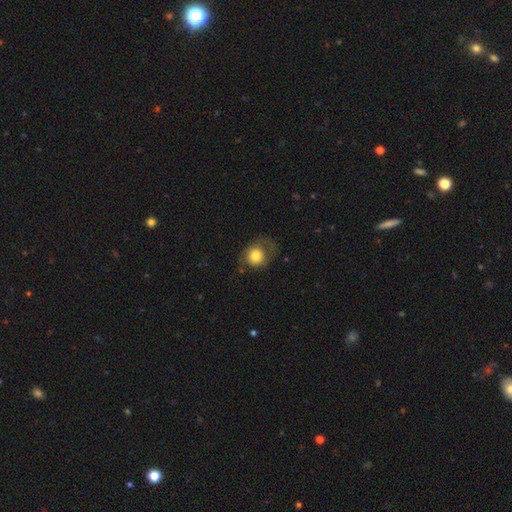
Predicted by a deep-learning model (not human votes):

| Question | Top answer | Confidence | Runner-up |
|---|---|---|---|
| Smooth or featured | smooth | 74% | featured or disk (18%) |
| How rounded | round | 67% | in between (32%) |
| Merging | none | 46% | minor disturbance (27%) |